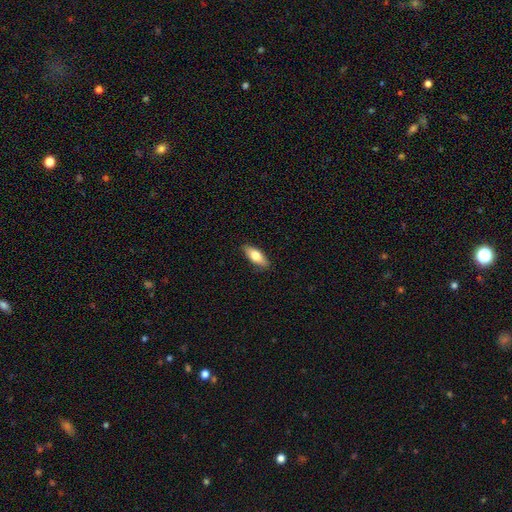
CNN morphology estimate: Overall: smooth (71%). How rounded: in between (73%). Merging: none (88%).